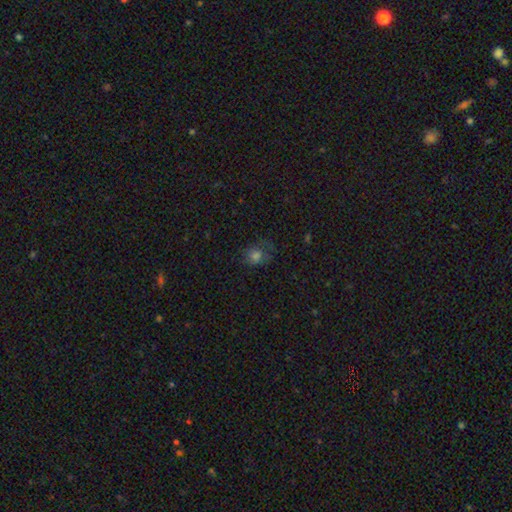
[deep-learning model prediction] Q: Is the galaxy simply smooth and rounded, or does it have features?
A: smooth — 68%.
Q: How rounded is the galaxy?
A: round — 66%.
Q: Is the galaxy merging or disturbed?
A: none — 57%.